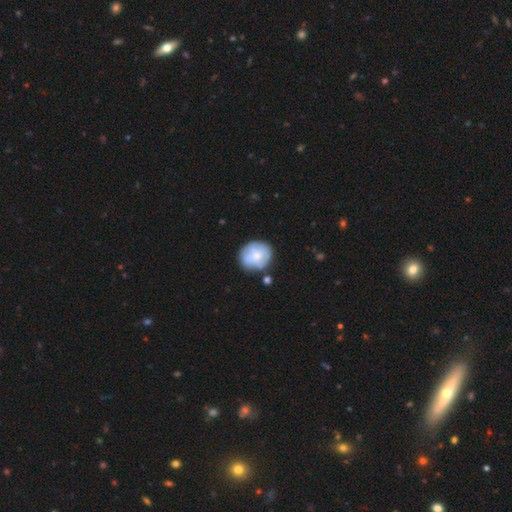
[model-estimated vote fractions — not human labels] Smooth or featured: smooth — 61% (featured or disk — 32%)
How rounded: round — 75% (in between — 24%)
Merging: none — 68% (minor disturbance — 19%)